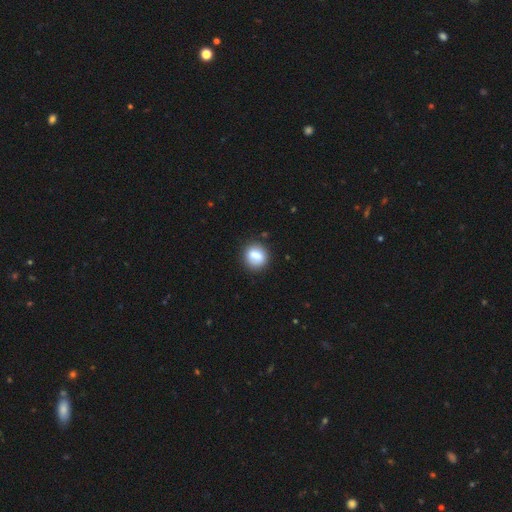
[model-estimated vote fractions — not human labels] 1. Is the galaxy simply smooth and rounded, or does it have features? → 80% smooth, 11% featured or disk, 8% star or artifact.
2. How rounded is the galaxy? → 71% round, 28% in between, 1% cigar-shaped.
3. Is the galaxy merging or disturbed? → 82% none, 11% minor disturbance, 3% merger, 3% major disturbance.